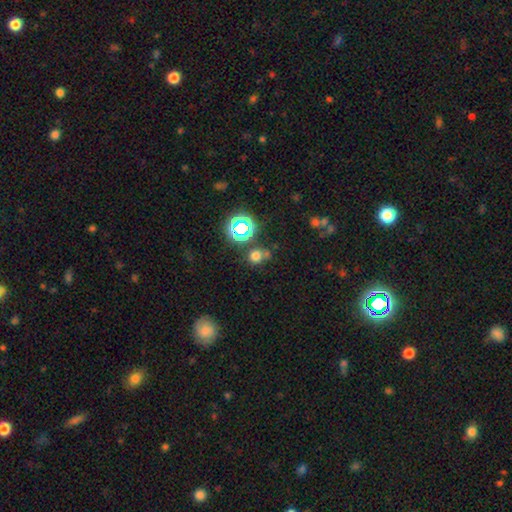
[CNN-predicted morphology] This appears to be a smooth galaxy with no disk features (66%) that is round (82%). Merging: none (65%).